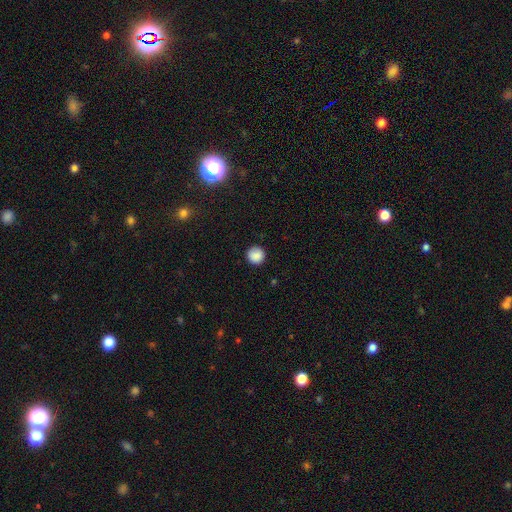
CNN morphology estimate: This appears to be a smooth galaxy with no disk features (88%) that is round (96%). Merging: none (90%).